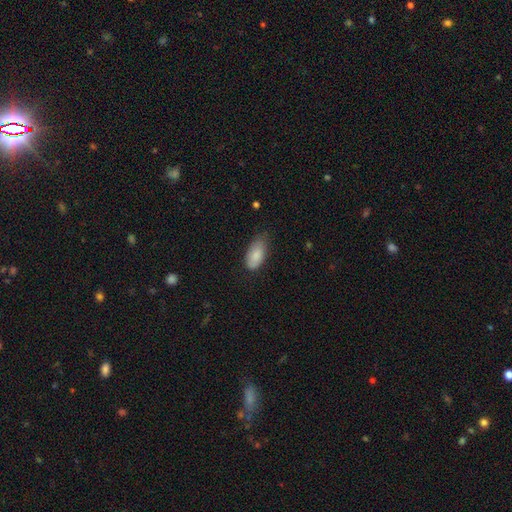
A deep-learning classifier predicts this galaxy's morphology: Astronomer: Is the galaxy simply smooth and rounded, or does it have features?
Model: smooth — 86%.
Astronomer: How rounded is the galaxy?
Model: in between — 93%.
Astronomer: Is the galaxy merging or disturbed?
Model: none — 59%.